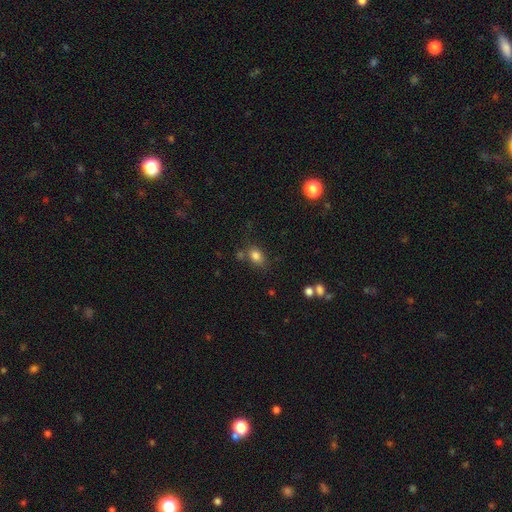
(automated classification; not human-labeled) Smooth or featured?
  - smooth: 81% *
  - star or artifact: 11%
  - featured or disk: 8%
How rounded?
  - in between: 71% *
  - round: 28%
  - cigar-shaped: 2%
Merging?
  - none: 67% *
  - minor disturbance: 17%
  - merger: 11%
  - major disturbance: 5%